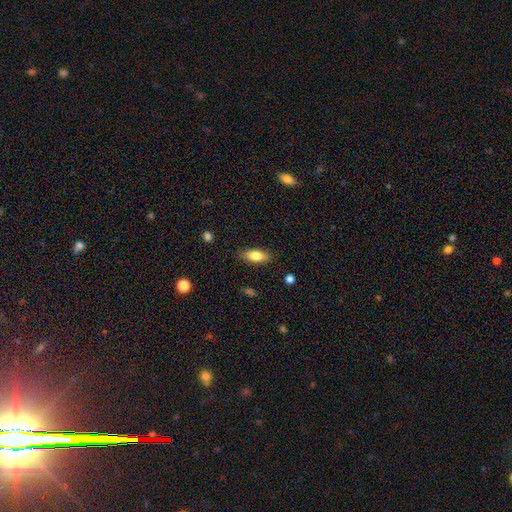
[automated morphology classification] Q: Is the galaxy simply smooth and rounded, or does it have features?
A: smooth — 78%.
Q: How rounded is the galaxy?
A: in between — 79%.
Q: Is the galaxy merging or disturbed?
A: none — 86%.